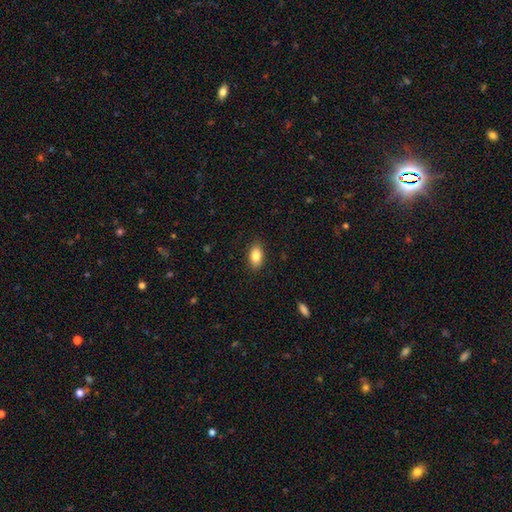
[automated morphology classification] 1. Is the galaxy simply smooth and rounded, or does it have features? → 85% smooth, 8% featured or disk, 8% star or artifact.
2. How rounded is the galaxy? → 90% in between, 6% round, 3% cigar-shaped.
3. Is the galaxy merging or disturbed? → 87% none, 9% minor disturbance, 2% major disturbance, 1% merger.